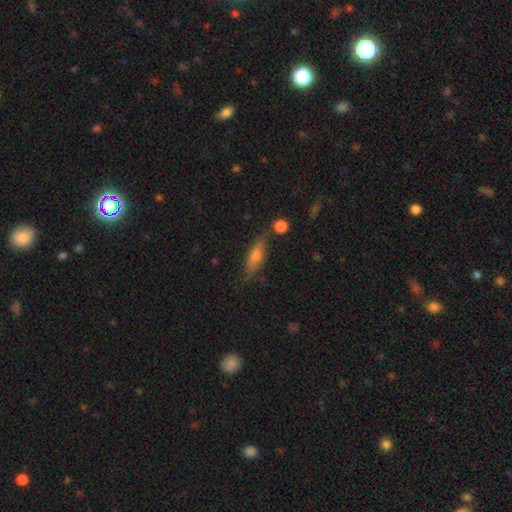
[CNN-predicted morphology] smooth 54%, featured or disk 38%, star or artifact 9%. Down the decision tree: how rounded — cigar-shaped (61%); merging — none (76%).